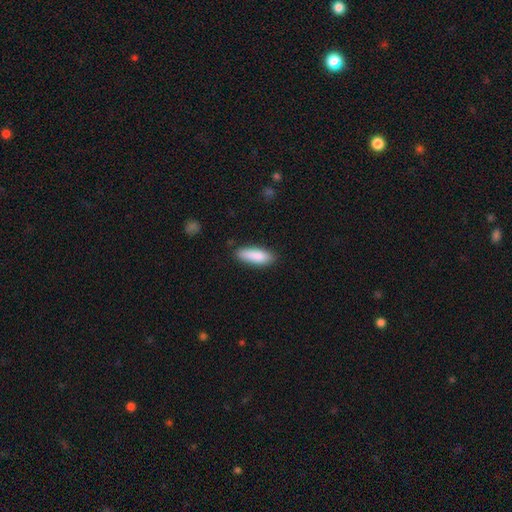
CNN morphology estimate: smooth 87%, featured or disk 7%, star or artifact 6%. Down the decision tree: how rounded — in between (57%); merging — none (82%).